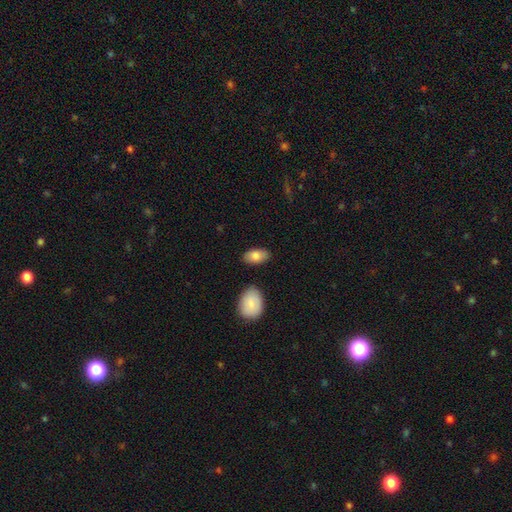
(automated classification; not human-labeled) Q: Smooth or featured?
A: smooth (84%); runner-up: featured or disk (10%)
Q: How rounded?
A: in between (93%); runner-up: round (4%)
Q: Merging?
A: none (82%); runner-up: minor disturbance (12%)